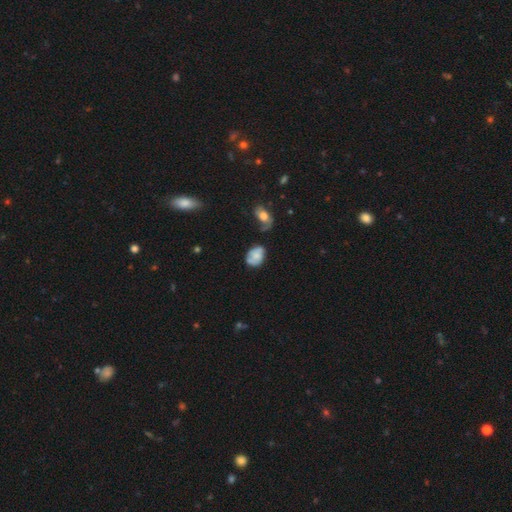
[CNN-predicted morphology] This is likely a smooth galaxy (60%). How rounded: likely in between (67%). Merging: marginally none (41%).